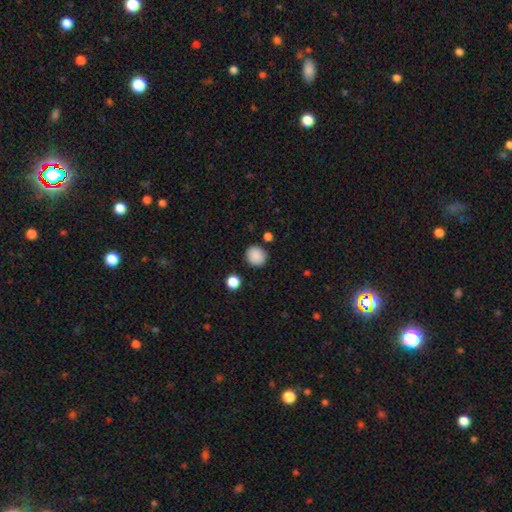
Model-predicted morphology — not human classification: smooth-or-featured: smooth: 88% | star or artifact: 9% | featured or disk: 3%
  how-rounded: round: 89% | in between: 10% | cigar-shaped: 1%
  merging: none: 87% | minor disturbance: 8% | merger: 3% | major disturbance: 3%